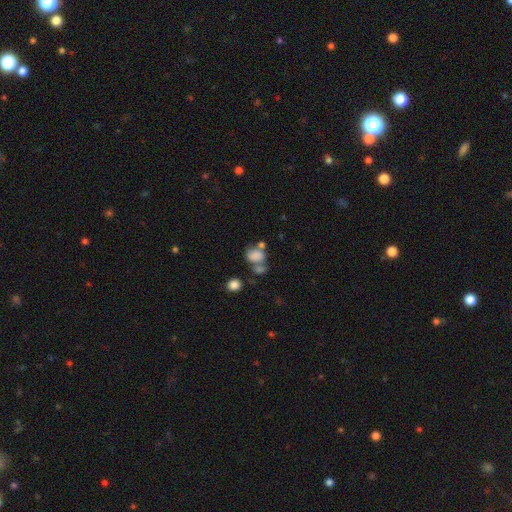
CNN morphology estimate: A smooth galaxy with no disk features (75%) that is in between round and cigar-shaped (58%). Merging: merger (41%).